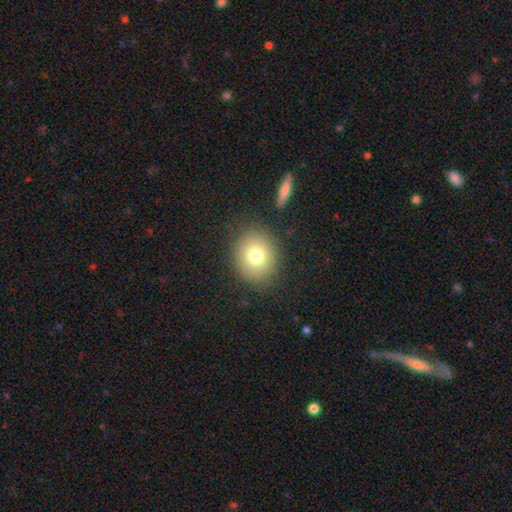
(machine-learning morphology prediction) A smooth galaxy with no disk features (75%) that is round (70%).

Vote fractions:
- Smooth or featured? smooth: 75% / featured or disk: 13% / star or artifact: 12%
- How rounded? round: 70% / in between: 29% / cigar-shaped: 1%
- Merging? none: 84% / minor disturbance: 10% / major disturbance: 4% / merger: 2%